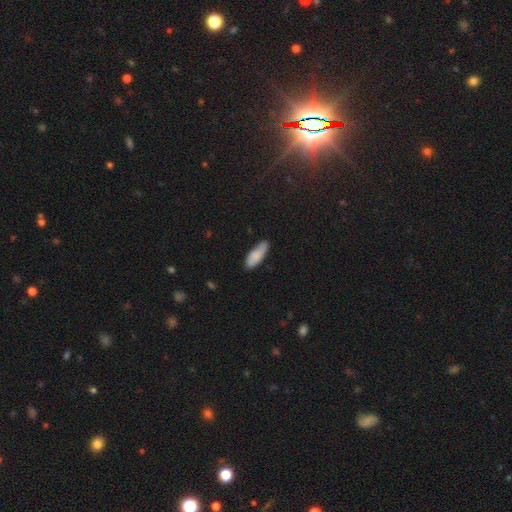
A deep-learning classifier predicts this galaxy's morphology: Smooth or featured? Predicted: smooth (p=0.80). How rounded? Predicted: in between (p=0.64). Merging? Predicted: none (p=0.71).